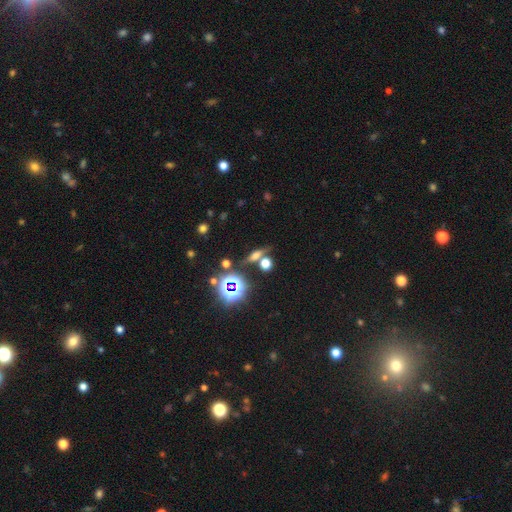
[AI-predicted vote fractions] Smooth or featured?
  - smooth: 45% *
  - star or artifact: 30%
  - featured or disk: 25%
Merging?
  - none: 68% *
  - merger: 15%
  - minor disturbance: 12%
  - major disturbance: 5%